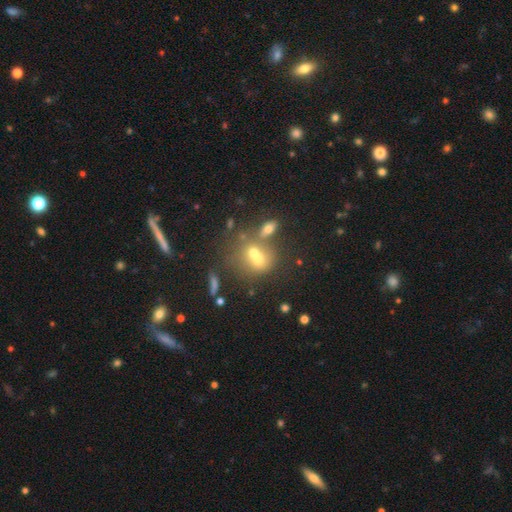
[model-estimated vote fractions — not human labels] This is possibly a smooth galaxy (55%). How rounded: possibly round (55%). Merging: possibly merger (54%).